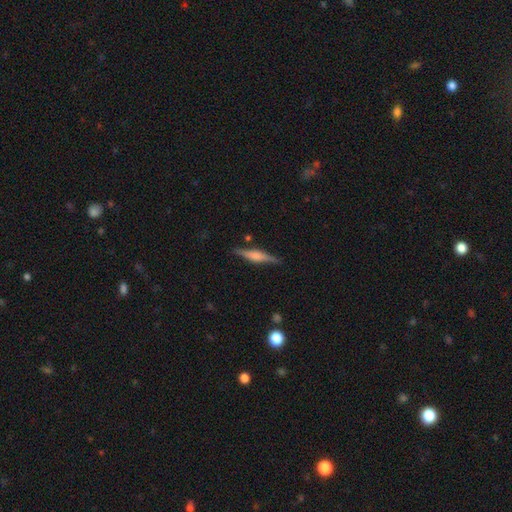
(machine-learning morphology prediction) This is likely a featured or disk galaxy (61%). It is clearly viewed edge-on (97%). Edge-on bulge: likely rounded (61%). Merging: clearly none (86%).